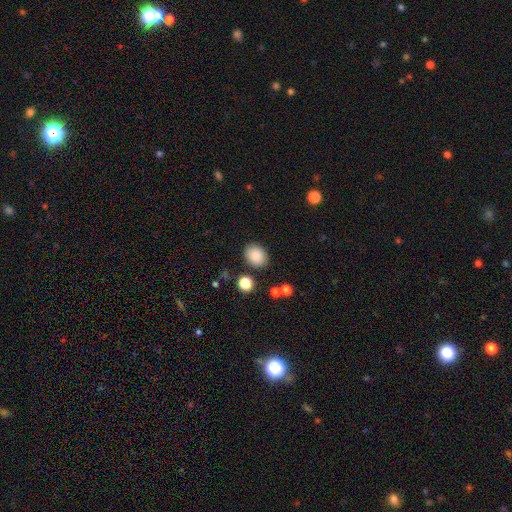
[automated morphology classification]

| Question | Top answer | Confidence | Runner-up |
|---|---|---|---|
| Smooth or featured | smooth | 86% | star or artifact (9%) |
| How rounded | in between | 51% | round (48%) |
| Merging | none | 85% | minor disturbance (10%) |